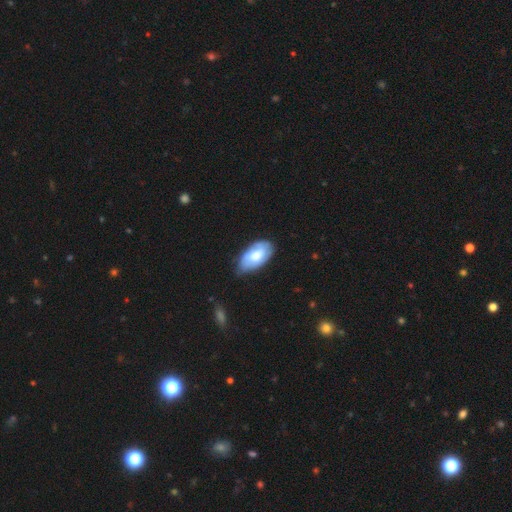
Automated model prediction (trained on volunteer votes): smooth 63%, featured or disk 31%, star or artifact 6%. Down the decision tree: how rounded — in between (95%); merging — none (62%).